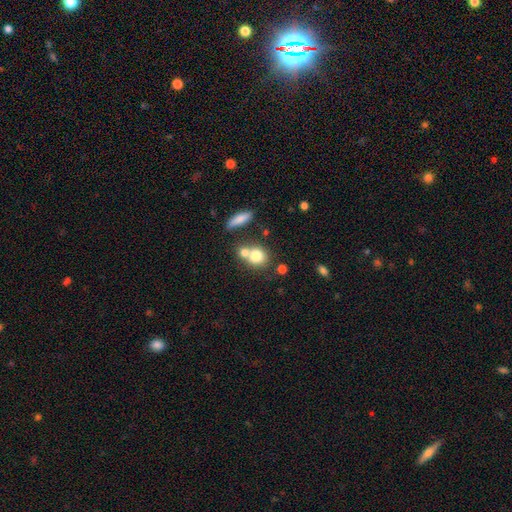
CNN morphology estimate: Smooth or featured: smooth — 77% (featured or disk — 13%)
How rounded: round — 69% (in between — 29%)
Merging: merger — 48% (none — 39%)